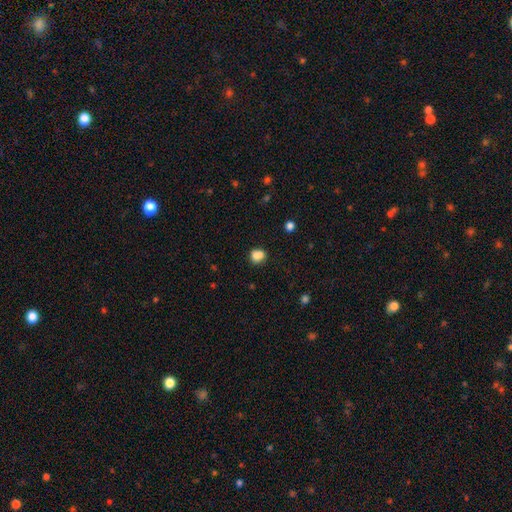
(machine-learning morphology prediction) A smooth galaxy with no disk features (82%) that is round (65%).

Vote fractions:
- Smooth or featured? smooth: 82% / star or artifact: 11% / featured or disk: 6%
- How rounded? round: 65% / in between: 34% / cigar-shaped: 1%
- Merging? none: 60% / minor disturbance: 18% / merger: 17% / major disturbance: 5%